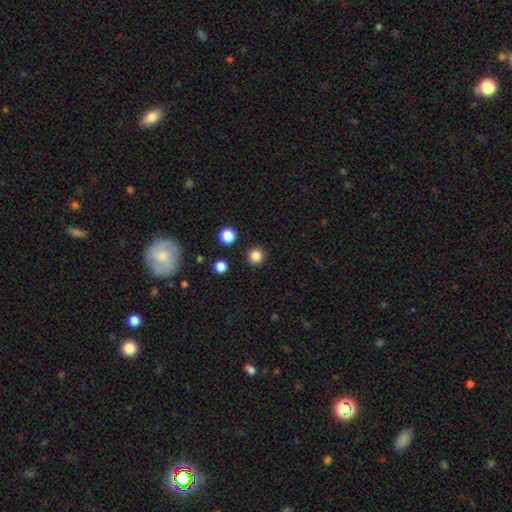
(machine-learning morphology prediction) Smooth or featured: smooth — 84% (star or artifact — 12%)
How rounded: round — 95% (in between — 4%)
Merging: none — 92% (minor disturbance — 4%)